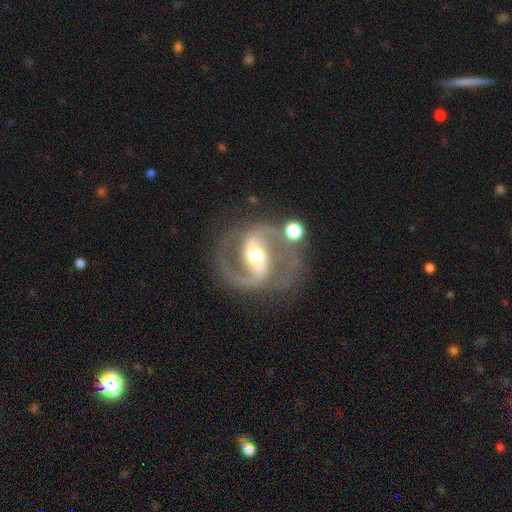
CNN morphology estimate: featured or disk 90%, star or artifact 5%, smooth 5%. Down the decision tree: edge-on disk — no (97%); bar — strong (51%); spiral arms — yes (96%); spiral arm count — 2 (92%); spiral winding — medium (63%); bulge size — moderate (69%); merging — none (71%).